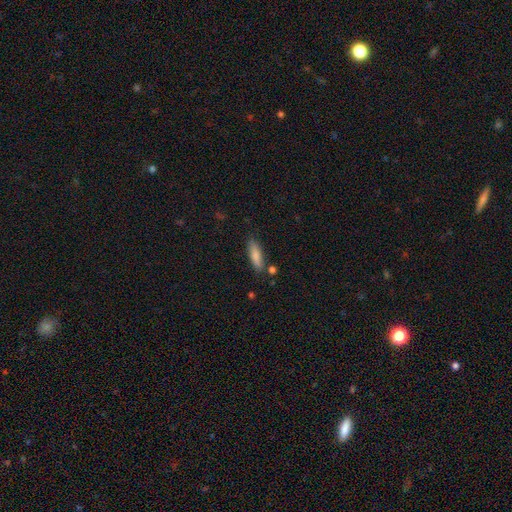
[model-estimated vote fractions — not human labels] The model was most divided on "how rounded": cigar-shaped: 60%, in between: 38%, round: 2%. More confident: smooth or featured — smooth (82%); merging — none (80%).